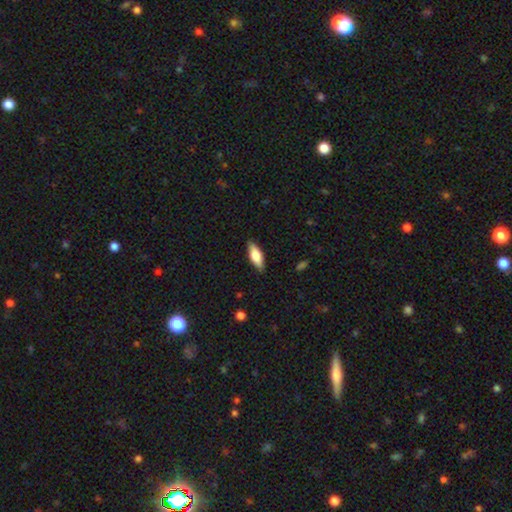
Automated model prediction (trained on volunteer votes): Smooth or featured? Predicted: smooth (p=0.71). How rounded? Predicted: in between (p=0.66). Merging? Predicted: none (p=0.86).